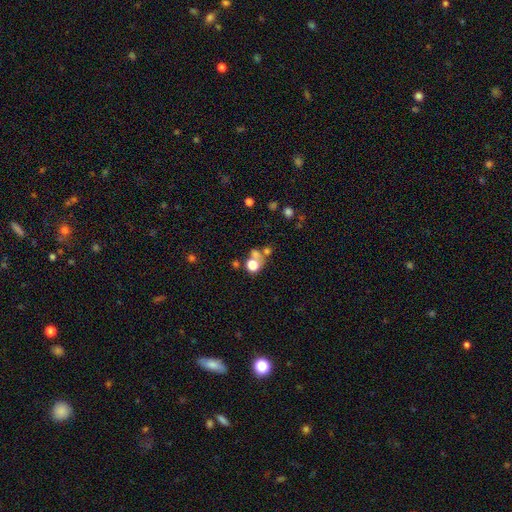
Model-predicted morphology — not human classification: Smooth or featured: smooth — 63% (star or artifact — 23%)
How rounded: round — 77% (in between — 22%)
Merging: none — 44% (merger — 40%)